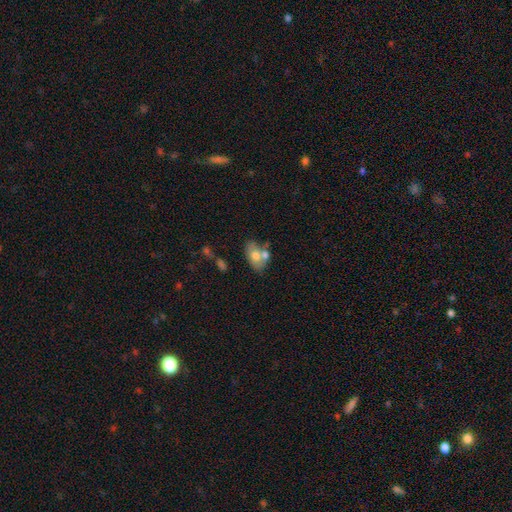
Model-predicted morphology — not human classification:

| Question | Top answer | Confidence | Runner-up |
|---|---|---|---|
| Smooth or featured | smooth | 65% | featured or disk (28%) |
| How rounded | in between | 88% | round (10%) |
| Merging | none | 44% | merger (34%) |